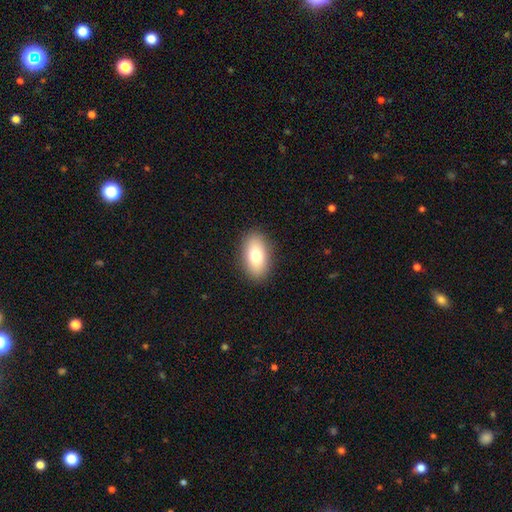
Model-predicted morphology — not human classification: Smooth or featured? Predicted: smooth (p=0.76). How rounded? Predicted: in between (p=0.89). Merging? Predicted: none (p=0.89).